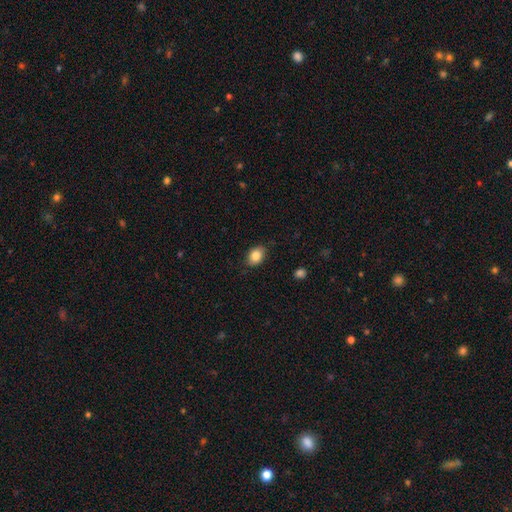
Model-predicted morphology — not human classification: A smooth galaxy with no disk features (85%) that is in between round and cigar-shaped (72%). Merging: none (83%).